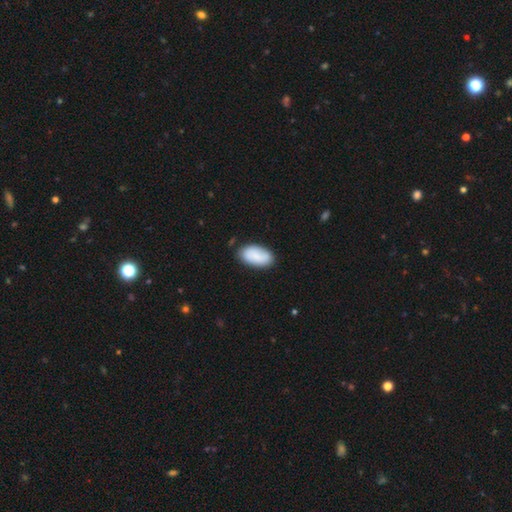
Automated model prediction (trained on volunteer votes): smooth_or_featured: smooth (p=0.82) [alt: featured or disk p=0.12]
how_rounded: in between (p=0.95) [alt: round p=0.03]
merging: none (p=0.80) [alt: minor disturbance p=0.14]